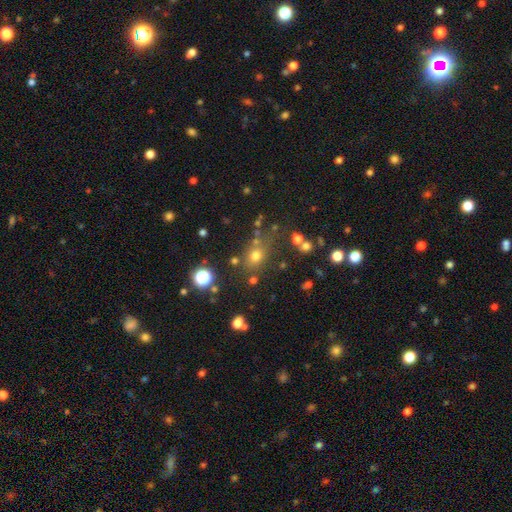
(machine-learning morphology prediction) smooth 65%, star or artifact 24%, featured or disk 10%. Down the decision tree: how rounded — round (62%); merging — none (68%).